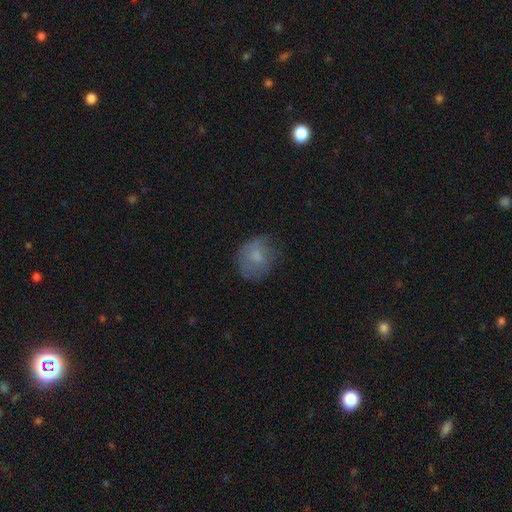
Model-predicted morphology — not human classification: smooth_or_featured: smooth (p=0.66) [alt: featured or disk p=0.25]
how_rounded: round (p=0.65) [alt: in between p=0.34]
merging: none (p=0.60) [alt: minor disturbance p=0.27]